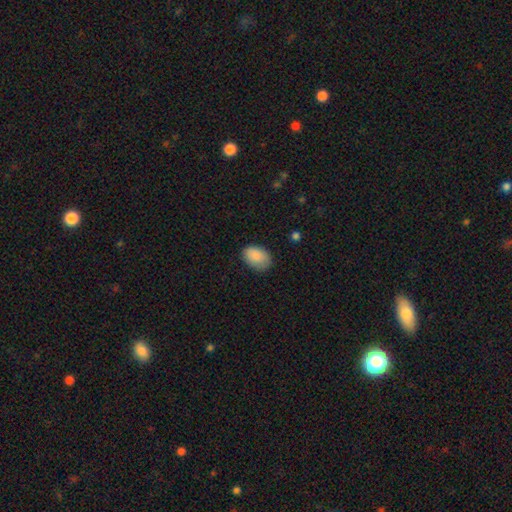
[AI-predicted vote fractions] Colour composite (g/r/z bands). It shows a smooth galaxy with no disk features (88%) that is in between round and cigar-shaped (84%). Merging: none (78%).